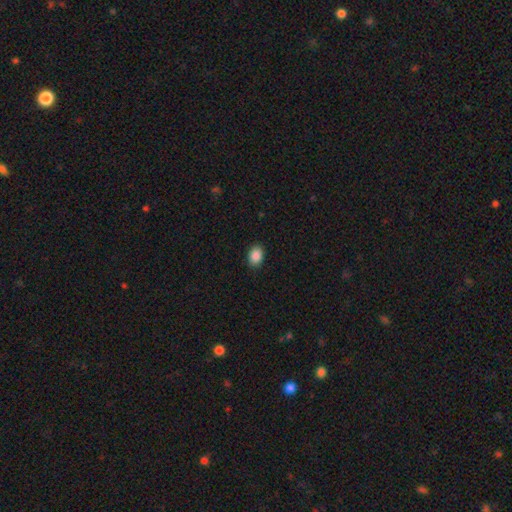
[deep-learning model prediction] Smooth or featured? smooth (88%)
How rounded? in between (74%)
Merging? none (90%)